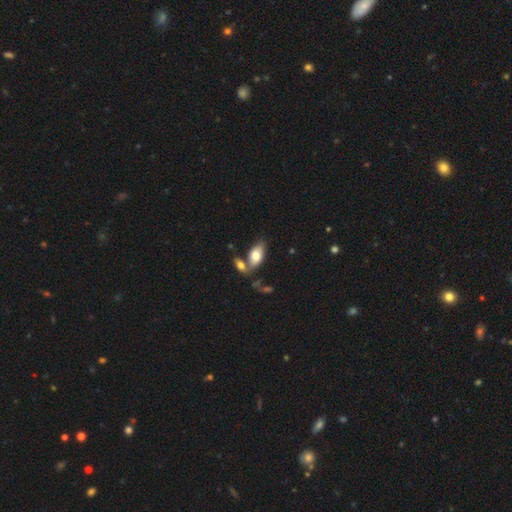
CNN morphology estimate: smooth_or_featured: smooth (p=0.74) [alt: featured or disk p=0.19]
how_rounded: in between (p=0.91) [alt: cigar-shaped p=0.06]
merging: none (p=0.51) [alt: merger p=0.30]